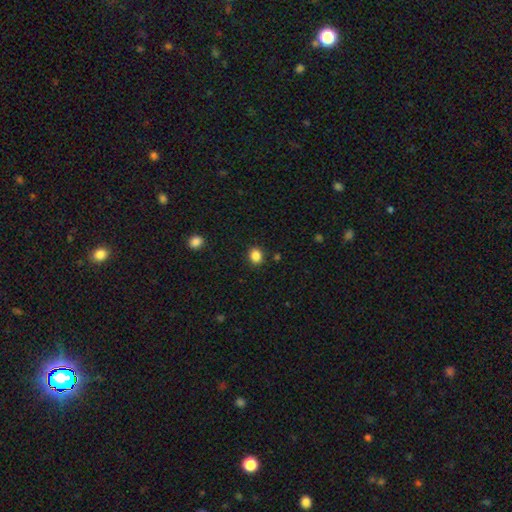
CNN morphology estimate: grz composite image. It shows a smooth galaxy with no disk features (86%) that is round (67%). Merging: none (88%).